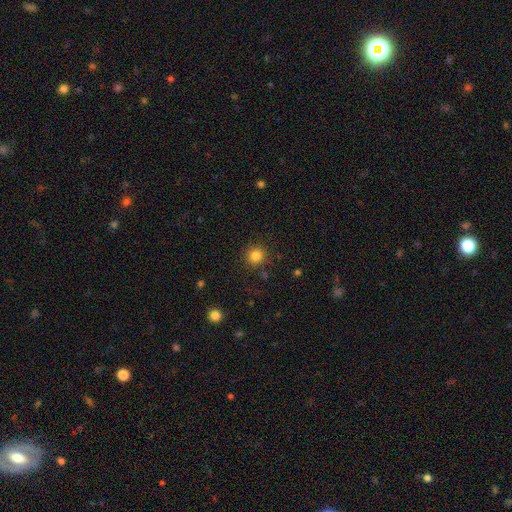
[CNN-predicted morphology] Smooth or featured: smooth — 83% (star or artifact — 12%)
How rounded: round — 92% (in between — 7%)
Merging: none — 88% (minor disturbance — 7%)